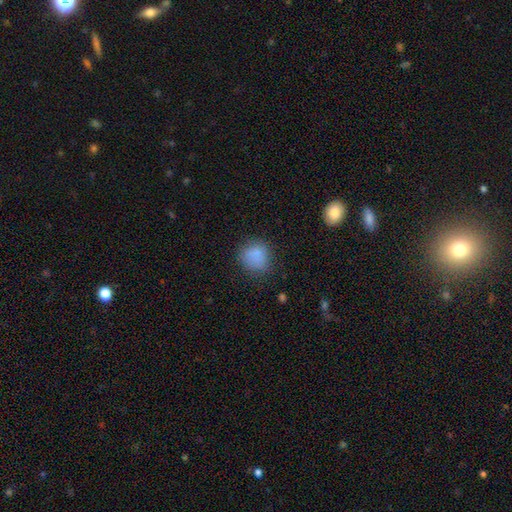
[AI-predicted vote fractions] Smooth or featured? smooth (81%)
How rounded? round (82%)
Merging? none (73%)